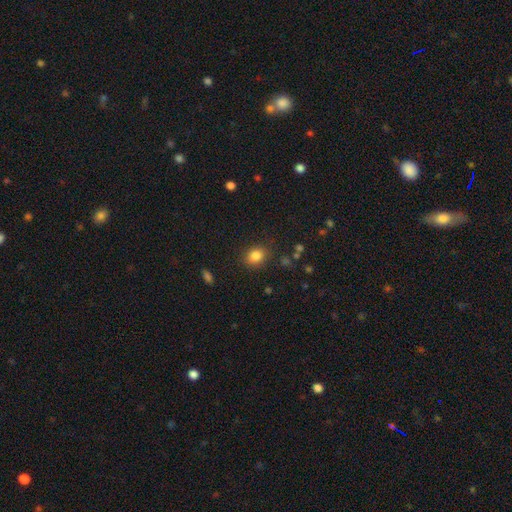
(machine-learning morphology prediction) This appears to be a smooth galaxy with no disk features (84%) that is round (53%). Merging: none (83%).